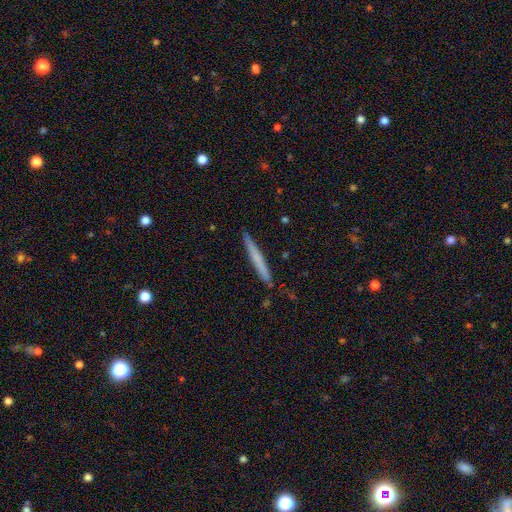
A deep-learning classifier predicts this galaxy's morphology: smooth-or-featured: smooth: 60% | featured or disk: 34% | star or artifact: 6%
  how-rounded: cigar-shaped: 97% | in between: 2% | round: 1%
  merging: none: 88% | minor disturbance: 9% | merger: 2% | major disturbance: 2%